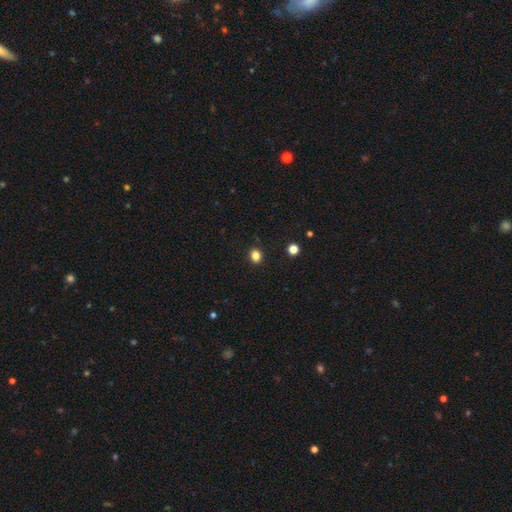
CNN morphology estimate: A smooth galaxy with no disk features (84%) that is round (55%). Merging: none (90%).